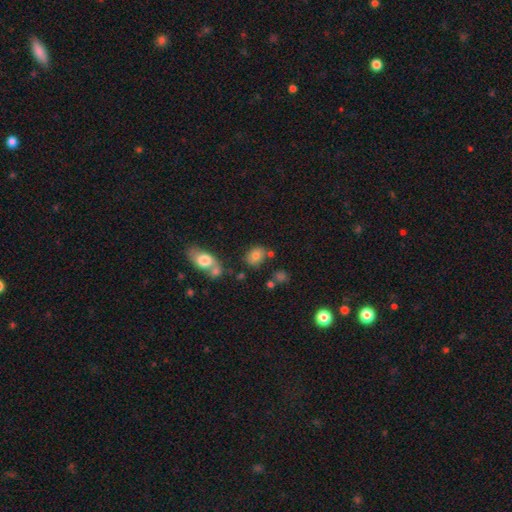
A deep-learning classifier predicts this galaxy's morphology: Smooth or featured?
  - smooth: 79% *
  - star or artifact: 11%
  - featured or disk: 11%
How rounded?
  - in between: 60% *
  - round: 39%
  - cigar-shaped: 1%
Merging?
  - none: 66% *
  - minor disturbance: 15%
  - merger: 14%
  - major disturbance: 5%